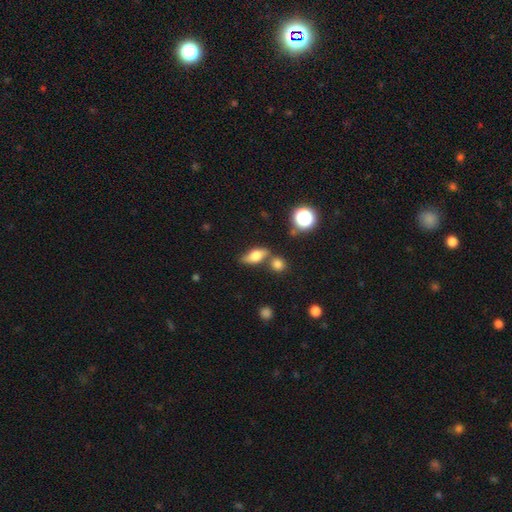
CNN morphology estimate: This is possibly a smooth galaxy (58%). How rounded: likely in between (70%). Merging: likely none (61%).